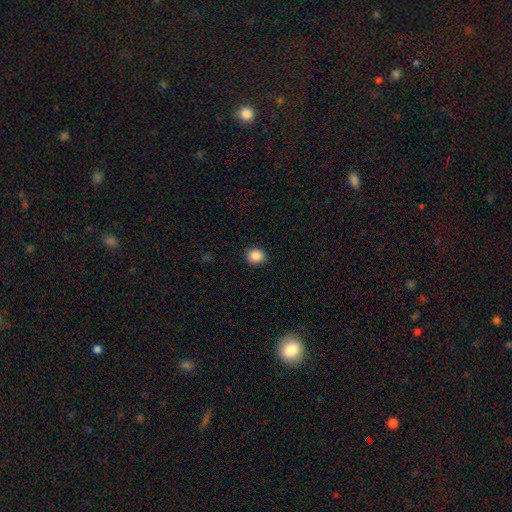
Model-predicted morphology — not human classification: A smooth galaxy with no disk features (88%) that is round (87%).

Vote fractions:
- Smooth or featured? smooth: 88% / star or artifact: 10% / featured or disk: 3%
- How rounded? round: 87% / in between: 12% / cigar-shaped: 1%
- Merging? none: 91% / minor disturbance: 6% / major disturbance: 2% / merger: 1%